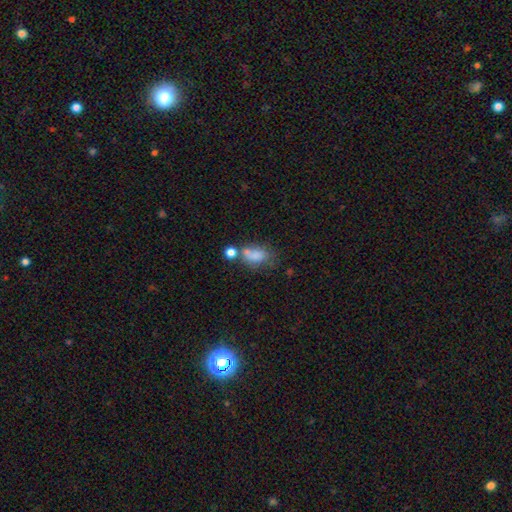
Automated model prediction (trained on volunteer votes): Smooth or featured?
  - smooth: 73% *
  - featured or disk: 15%
  - star or artifact: 12%
How rounded?
  - in between: 79% *
  - round: 18%
  - cigar-shaped: 3%
Merging?
  - none: 33% *
  - merger: 32%
  - minor disturbance: 19%
  - major disturbance: 16%